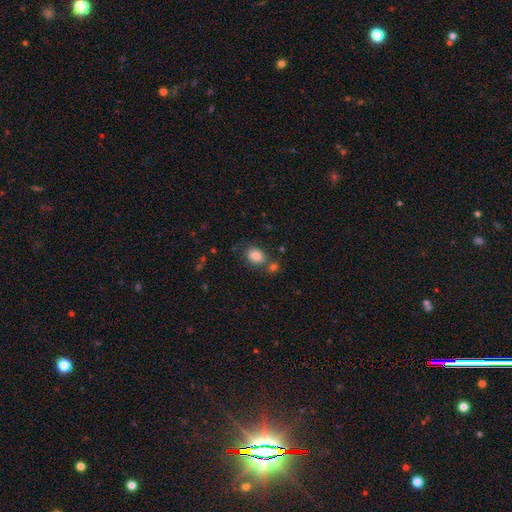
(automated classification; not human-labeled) Smooth or featured: smooth — 85% (star or artifact — 9%)
How rounded: in between — 66% (round — 32%)
Merging: none — 64% (merger — 18%)